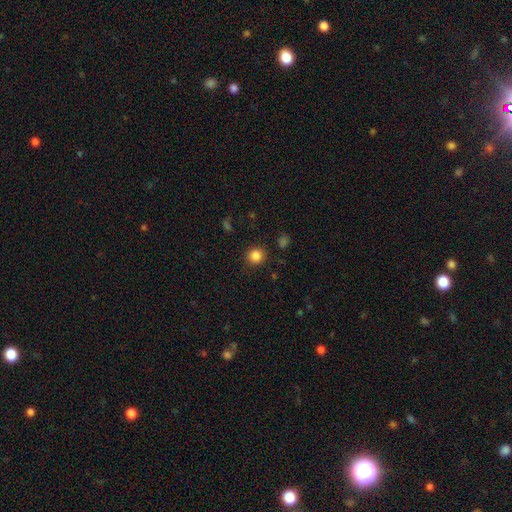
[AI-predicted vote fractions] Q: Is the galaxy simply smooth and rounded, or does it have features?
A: smooth — 85%.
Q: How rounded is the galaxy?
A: round — 93%.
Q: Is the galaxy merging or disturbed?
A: none — 90%.